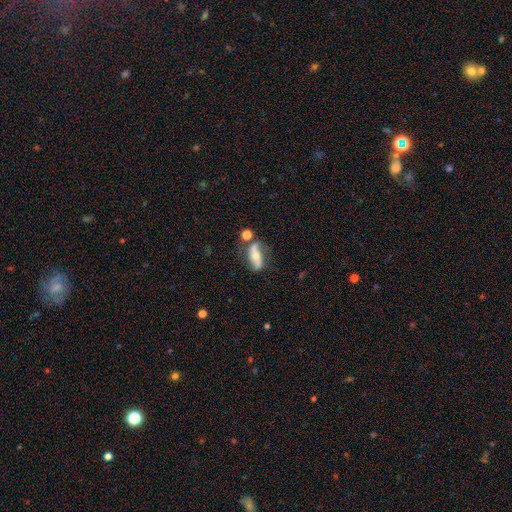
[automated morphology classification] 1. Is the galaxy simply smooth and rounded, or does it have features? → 62% featured or disk, 30% smooth, 8% star or artifact.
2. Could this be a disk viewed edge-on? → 84% no, 16% yes.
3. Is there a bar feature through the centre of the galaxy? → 49% no, 30% strong, 21% weak.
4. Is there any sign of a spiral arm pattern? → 77% yes, 23% no.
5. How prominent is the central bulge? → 57% moderate, 36% small, 4% large, 2% none, 1% dominant.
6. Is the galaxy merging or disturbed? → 59% none, 20% minor disturbance, 11% merger, 10% major disturbance.